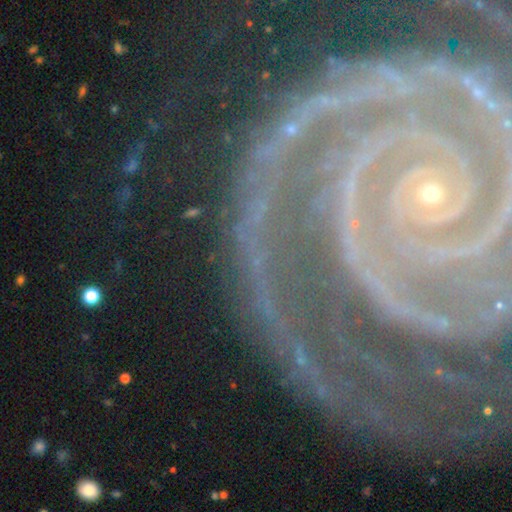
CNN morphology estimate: Smooth or featured: star or artifact — 45% (featured or disk — 42%)